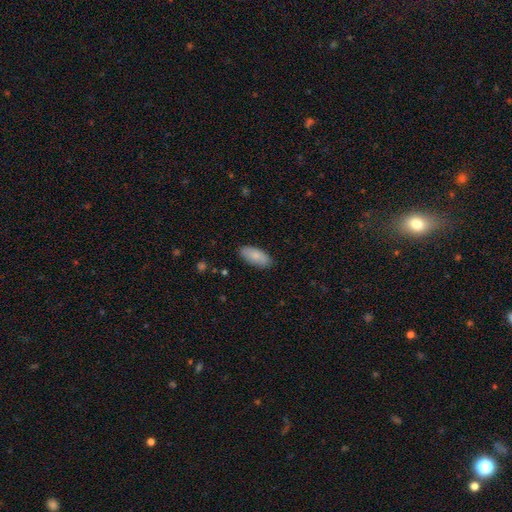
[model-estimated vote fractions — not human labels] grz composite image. It shows a smooth galaxy with no disk features (84%) that is in between round and cigar-shaped (90%). Merging: none (86%).